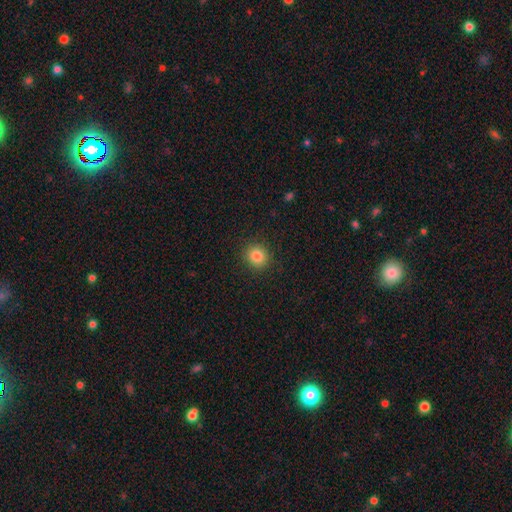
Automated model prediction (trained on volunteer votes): Overall: smooth (84%). How rounded: round (85%). Merging: none (90%).